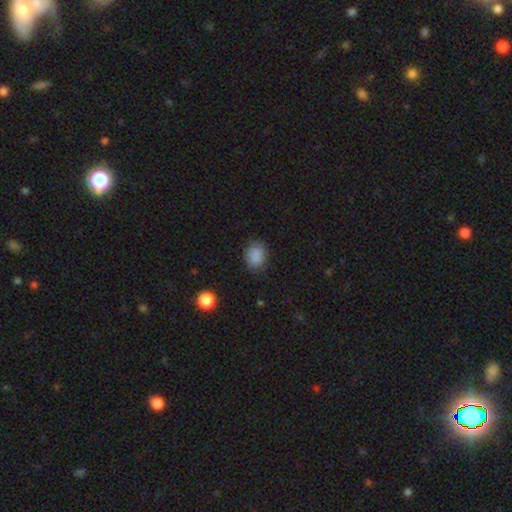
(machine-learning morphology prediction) A smooth galaxy with no disk features (87%) that is in between round and cigar-shaped (56%). Merging: none (84%).